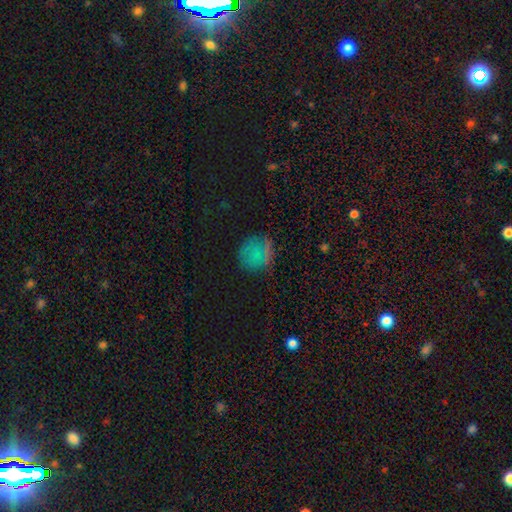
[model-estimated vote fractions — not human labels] Smooth or featured: smooth — 61% (star or artifact — 29%)
How rounded: round — 89% (in between — 10%)
Merging: none — 82% (minor disturbance — 12%)